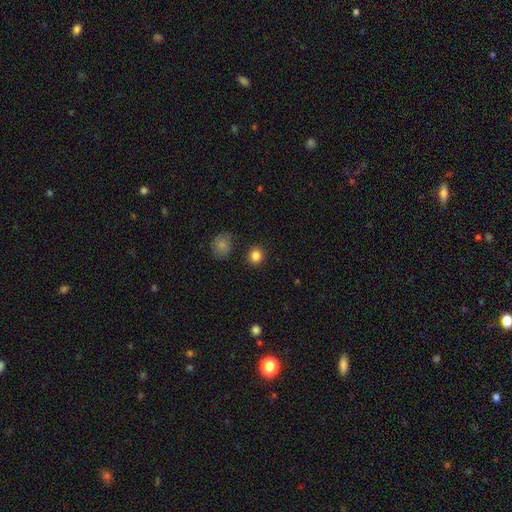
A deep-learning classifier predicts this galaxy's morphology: smooth_or_featured: smooth (p=0.85) [alt: star or artifact p=0.11]
how_rounded: round (p=0.85) [alt: in between p=0.14]
merging: none (p=0.87) [alt: minor disturbance p=0.08]